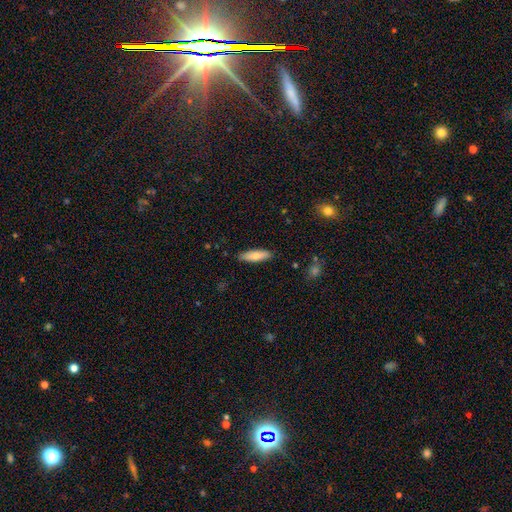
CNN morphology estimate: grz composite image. It shows a smooth galaxy with no disk features (76%) that is cigar-shaped (60%). Merging: none (88%).